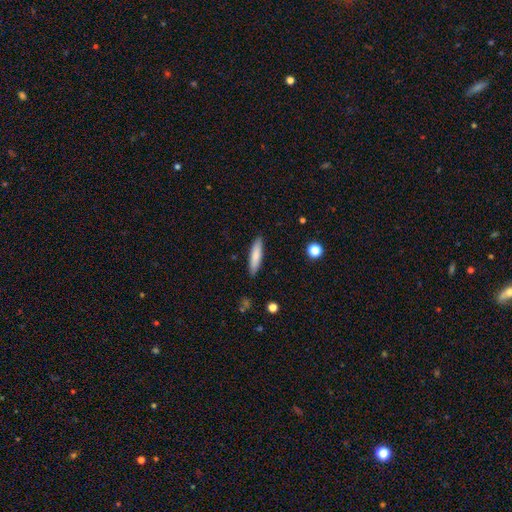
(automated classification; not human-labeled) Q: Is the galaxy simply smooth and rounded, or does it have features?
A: smooth — 80%.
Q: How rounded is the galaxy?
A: cigar-shaped — 78%.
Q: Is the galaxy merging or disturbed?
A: none — 89%.